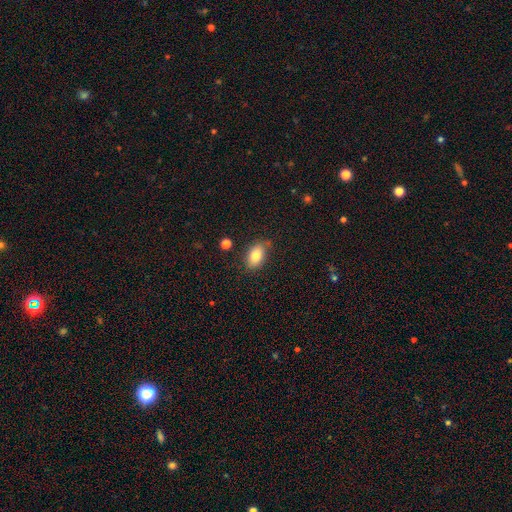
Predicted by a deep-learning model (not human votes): Smooth or featured? Predicted: smooth (p=0.82). How rounded? Predicted: in between (p=0.88). Merging? Predicted: none (p=0.76).